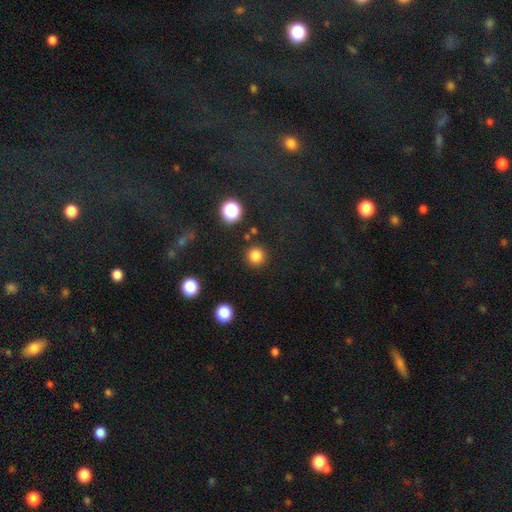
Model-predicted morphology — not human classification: type=smooth (82%); roundness=round (94%); merging=none (89%).